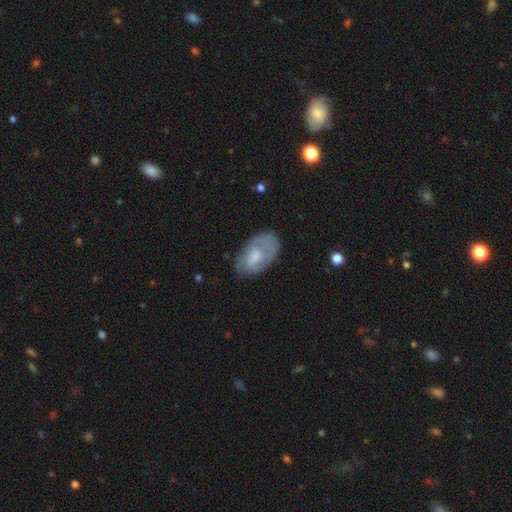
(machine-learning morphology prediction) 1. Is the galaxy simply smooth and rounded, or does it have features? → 51% smooth, 42% featured or disk, 7% star or artifact.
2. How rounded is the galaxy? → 93% in between, 5% round, 2% cigar-shaped.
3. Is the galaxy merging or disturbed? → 63% none, 25% minor disturbance, 10% major disturbance, 2% merger.